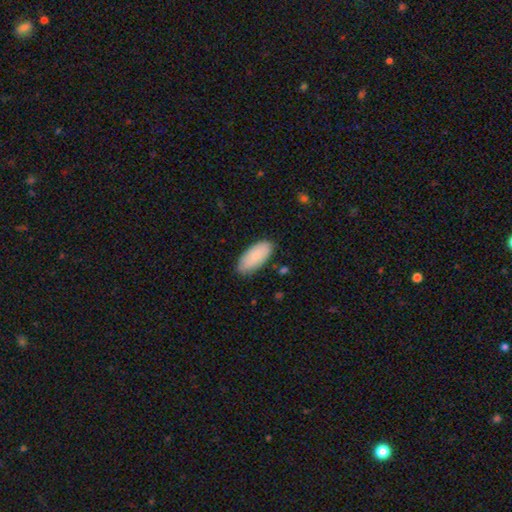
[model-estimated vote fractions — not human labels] Q: Smooth or featured?
A: smooth (82%); runner-up: featured or disk (12%)
Q: How rounded?
A: in between (91%); runner-up: cigar-shaped (8%)
Q: Merging?
A: none (82%); runner-up: minor disturbance (14%)